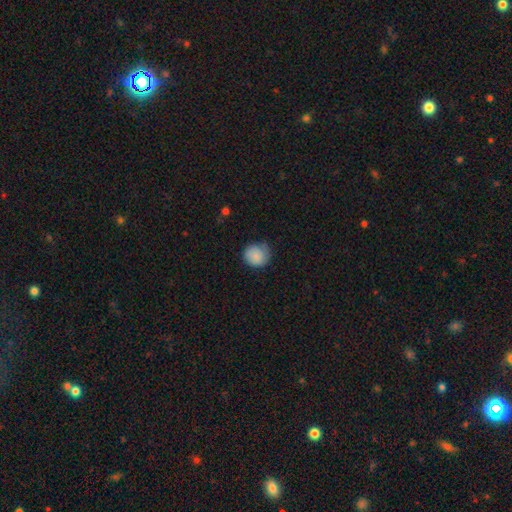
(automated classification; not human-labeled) This is clearly a smooth galaxy (86%). How rounded: clearly round (87%). Merging: likely none (66%).